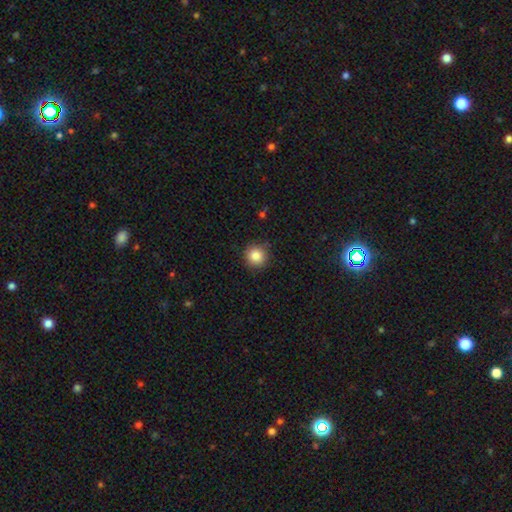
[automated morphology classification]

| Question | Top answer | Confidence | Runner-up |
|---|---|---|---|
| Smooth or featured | smooth | 85% | star or artifact (10%) |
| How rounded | round | 94% | in between (5%) |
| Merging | none | 88% | minor disturbance (8%) |